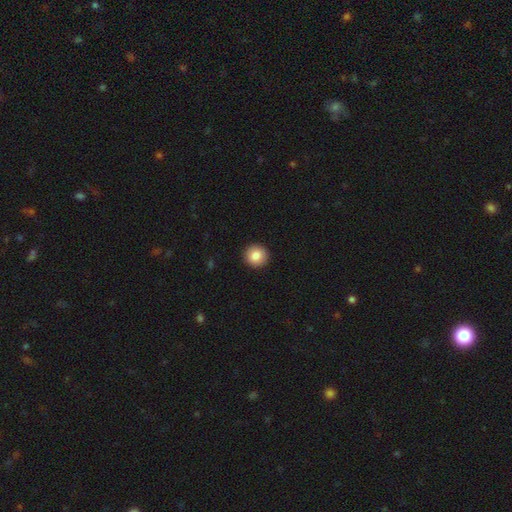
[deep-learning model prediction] This appears to be a smooth galaxy with no disk features (86%) that is round (94%). Merging: none (93%).